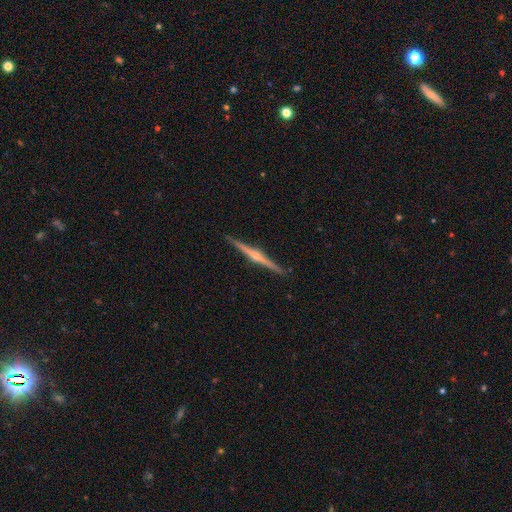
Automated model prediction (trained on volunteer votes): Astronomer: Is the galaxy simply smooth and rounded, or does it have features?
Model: featured or disk — 83%.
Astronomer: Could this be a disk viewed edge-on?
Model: yes — 99%.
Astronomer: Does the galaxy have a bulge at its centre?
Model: rounded — 84%.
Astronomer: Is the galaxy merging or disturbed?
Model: none — 92%.